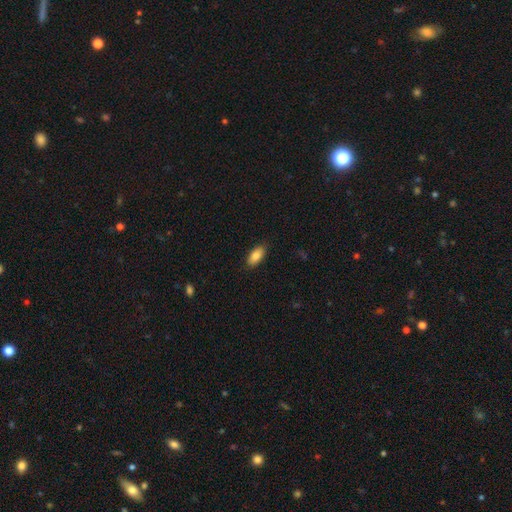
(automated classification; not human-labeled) Smooth or featured?
  - smooth: 84% *
  - featured or disk: 9%
  - star or artifact: 7%
How rounded?
  - in between: 90% *
  - cigar-shaped: 7%
  - round: 3%
Merging?
  - none: 87% *
  - minor disturbance: 10%
  - major disturbance: 2%
  - merger: 1%